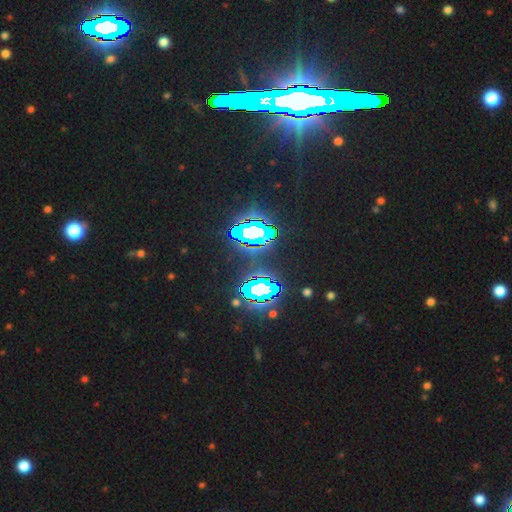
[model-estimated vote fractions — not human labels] star or artifact 83%, featured or disk 9%, smooth 8%.